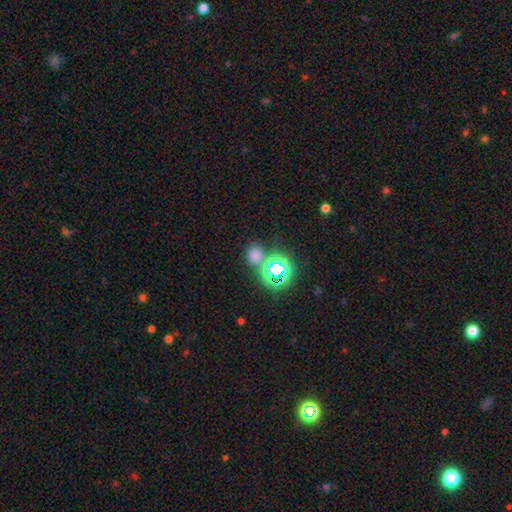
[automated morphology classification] This is likely a smooth galaxy (60%). How rounded: likely round (70%). Merging: likely none (70%).